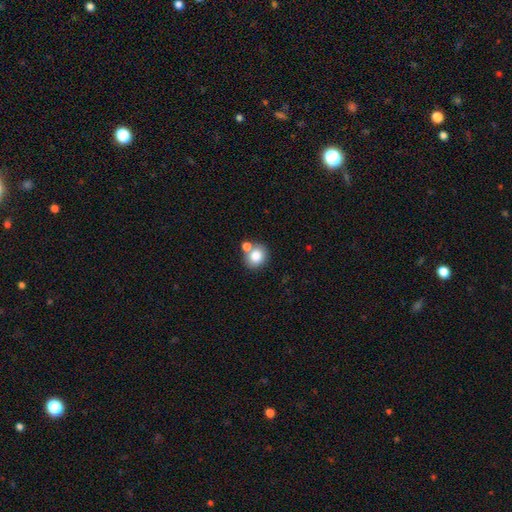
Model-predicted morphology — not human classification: type=smooth (82%); roundness=round (78%); merging=none (59%).